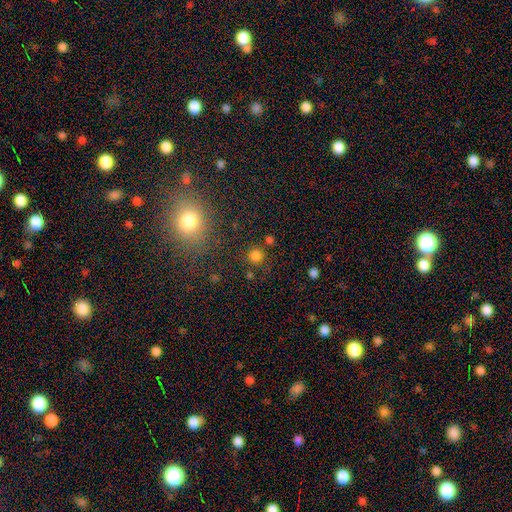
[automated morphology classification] smooth-or-featured: smooth: 78% | star or artifact: 17% | featured or disk: 5%
  how-rounded: round: 93% | in between: 6% | cigar-shaped: 1%
  merging: none: 81% | minor disturbance: 8% | merger: 7% | major disturbance: 4%